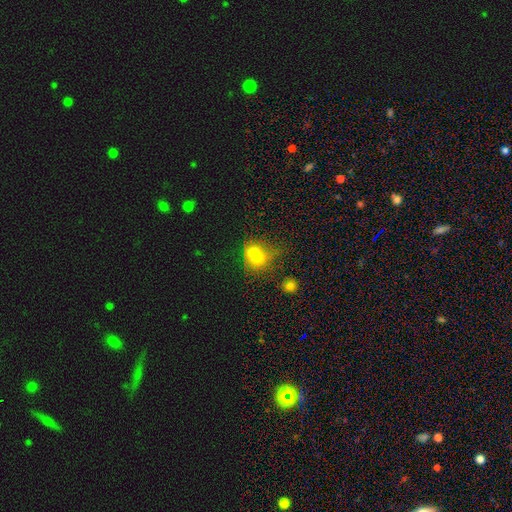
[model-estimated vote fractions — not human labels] A smooth galaxy with no disk features (66%) that is round (67%). Merging: merger (65%).